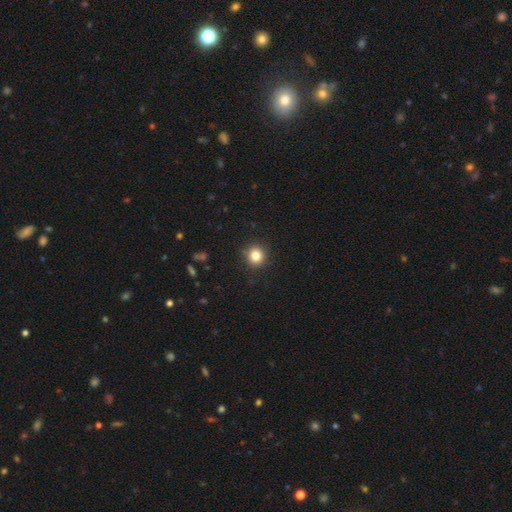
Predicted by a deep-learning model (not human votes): Smooth or featured?
  - smooth: 83% *
  - star or artifact: 12%
  - featured or disk: 5%
How rounded?
  - round: 91% *
  - in between: 8%
  - cigar-shaped: 1%
Merging?
  - none: 90% *
  - minor disturbance: 7%
  - major disturbance: 2%
  - merger: 1%